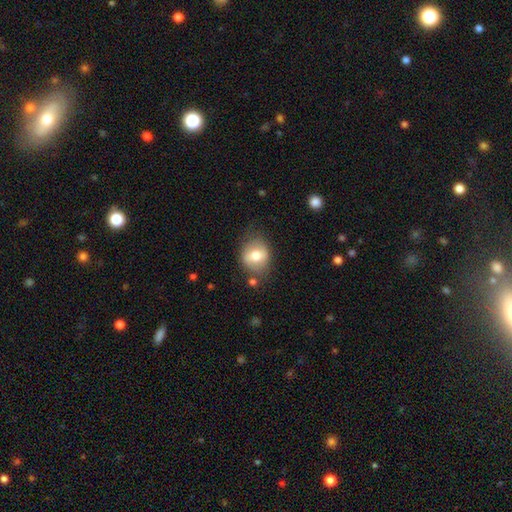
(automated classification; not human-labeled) smooth_or_featured: smooth (p=0.67) [alt: featured or disk p=0.25]
how_rounded: round (p=0.56) [alt: in between p=0.43]
merging: none (p=0.68) [alt: minor disturbance p=0.20]